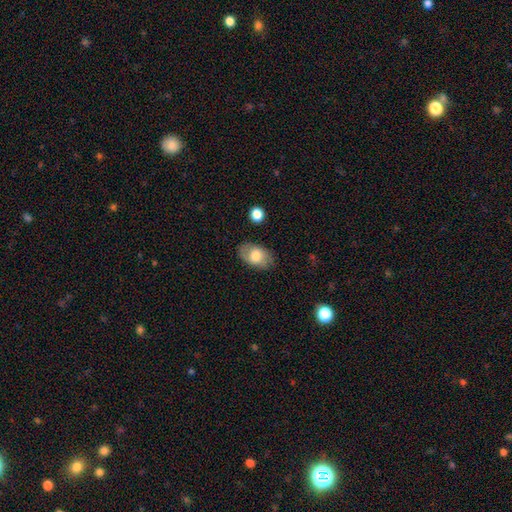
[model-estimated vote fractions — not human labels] Smooth or featured?
  - smooth: 70% *
  - featured or disk: 23%
  - star or artifact: 7%
How rounded?
  - in between: 88% *
  - round: 10%
  - cigar-shaped: 1%
Merging?
  - none: 78% *
  - minor disturbance: 16%
  - major disturbance: 4%
  - merger: 2%